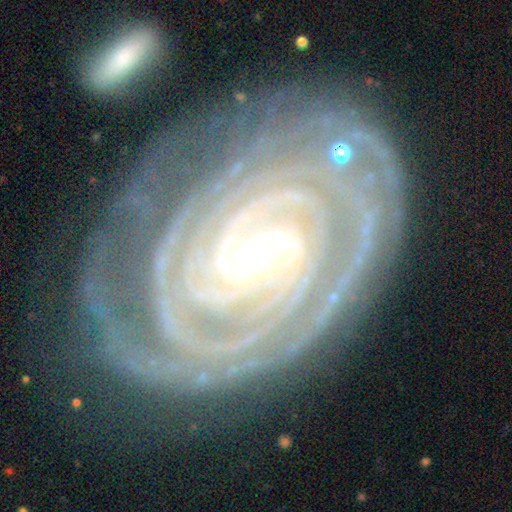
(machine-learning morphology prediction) A featured or disk galaxy (92%) with a weak bar (39%), 2 (31%) tight (89%) spiral arms (99%) and a small central bulge (67%).

Vote fractions:
- Smooth or featured? featured or disk: 92% / star or artifact: 5% / smooth: 3%
- Edge-on disk? no: 97% / yes: 3%
- Bar? weak: 39% / strong: 37% / no: 24%
- Spiral arms? yes: 99% / no: 1%
- Spiral winding? tight: 89% / medium: 9% / loose: 2%
- Spiral arm count? 2: 31% / 3: 20% / can't tell: 17% / 4: 15% / more than 4: 9% / 1: 7%
- Bulge size? small: 67% / moderate: 30% / large: 2% / none: 1% / dominant: 1%
- Merging? none: 74% / minor disturbance: 16% / major disturbance: 6% / merger: 4%